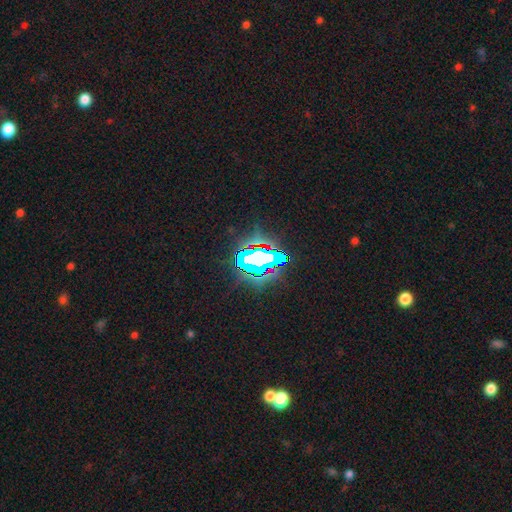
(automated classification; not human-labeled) A star or artifact, not a galaxy (73%).

Vote fractions:
- Smooth or featured? star or artifact: 73% / featured or disk: 14% / smooth: 13%